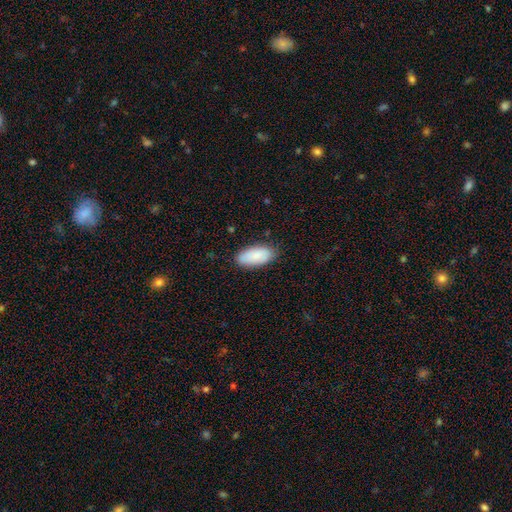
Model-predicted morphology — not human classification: This appears to be a smooth galaxy with no disk features (87%) that is in between round and cigar-shaped (92%). Merging: none (83%).